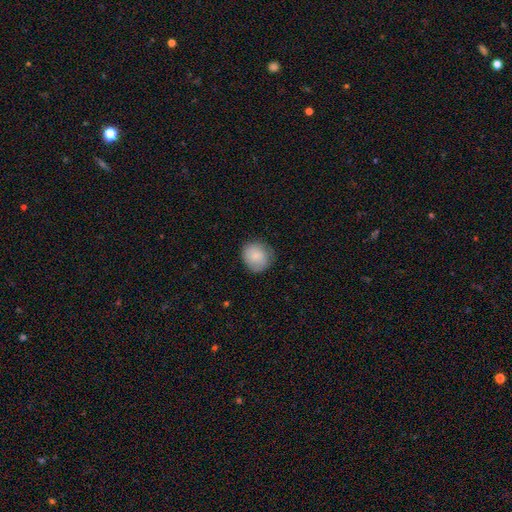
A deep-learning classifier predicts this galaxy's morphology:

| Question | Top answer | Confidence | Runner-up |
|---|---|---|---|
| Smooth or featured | smooth | 83% | featured or disk (11%) |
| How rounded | round | 84% | in between (15%) |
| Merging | none | 75% | minor disturbance (19%) |